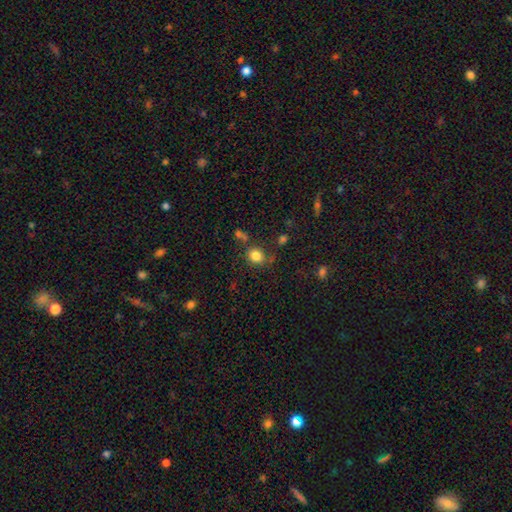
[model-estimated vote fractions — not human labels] smooth-or-featured: smooth: 82% | star or artifact: 12% | featured or disk: 6%
  how-rounded: round: 76% | in between: 23% | cigar-shaped: 1%
  merging: none: 73% | minor disturbance: 13% | merger: 8% | major disturbance: 5%